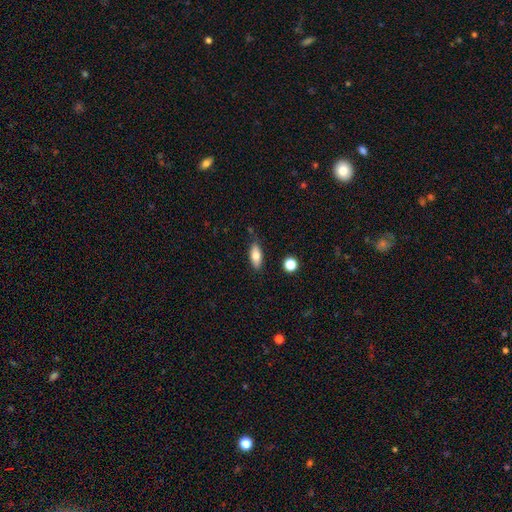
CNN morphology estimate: This is likely a smooth galaxy (78%). How rounded: likely in between (79%). Merging: likely none (77%).